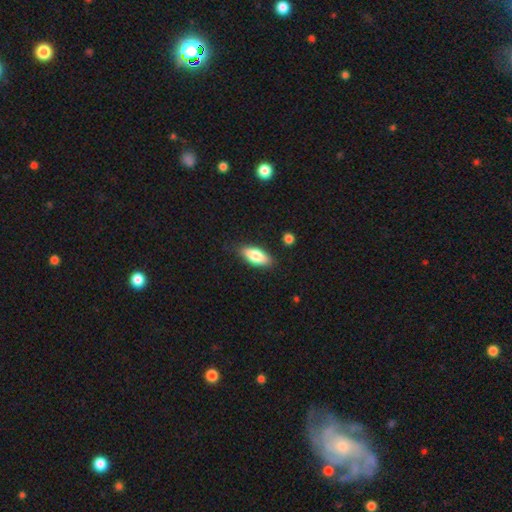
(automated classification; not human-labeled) This is likely a smooth galaxy (78%). How rounded: clearly in between (82%). Merging: clearly none (84%).